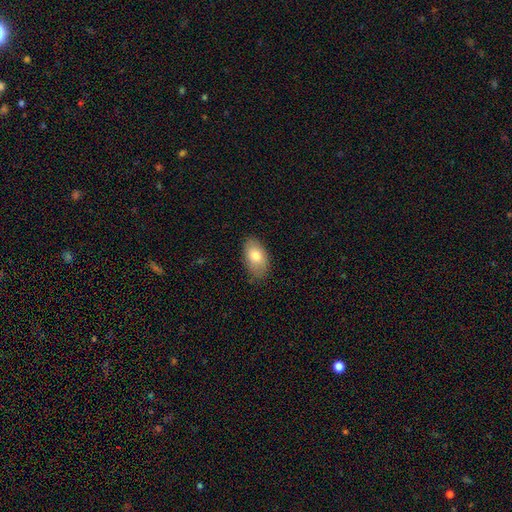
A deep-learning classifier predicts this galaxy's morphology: Smooth or featured: smooth — 76% (featured or disk — 17%)
How rounded: in between — 93% (round — 6%)
Merging: none — 81% (minor disturbance — 15%)